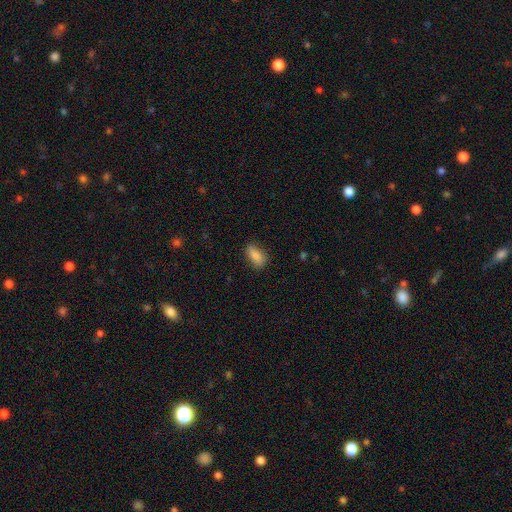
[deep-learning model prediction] Smooth or featured?
  - smooth: 86% *
  - star or artifact: 7%
  - featured or disk: 7%
How rounded?
  - in between: 84% *
  - cigar-shaped: 13%
  - round: 4%
Merging?
  - none: 80% *
  - minor disturbance: 15%
  - major disturbance: 3%
  - merger: 1%